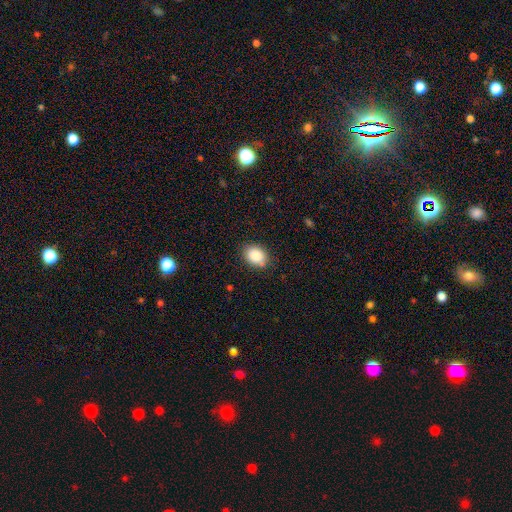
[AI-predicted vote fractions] smooth_or_featured: smooth (p=0.86) [alt: star or artifact p=0.08]
how_rounded: in between (p=0.64) [alt: round p=0.35]
merging: none (p=0.81) [alt: minor disturbance p=0.14]